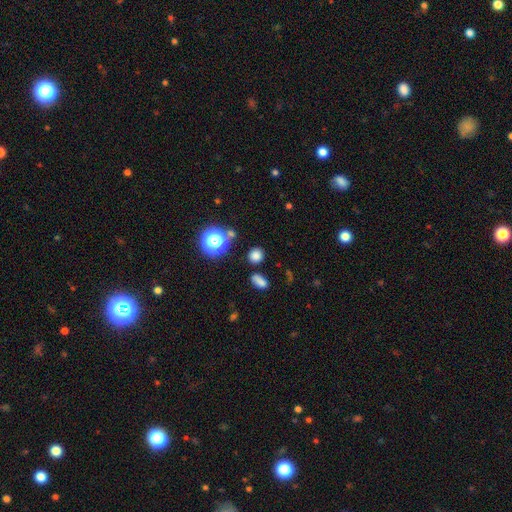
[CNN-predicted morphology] The model was most divided on "smooth or featured": smooth: 77%, star or artifact: 19%, featured or disk: 4%. More confident: merging — none (82%); how rounded — round (80%).